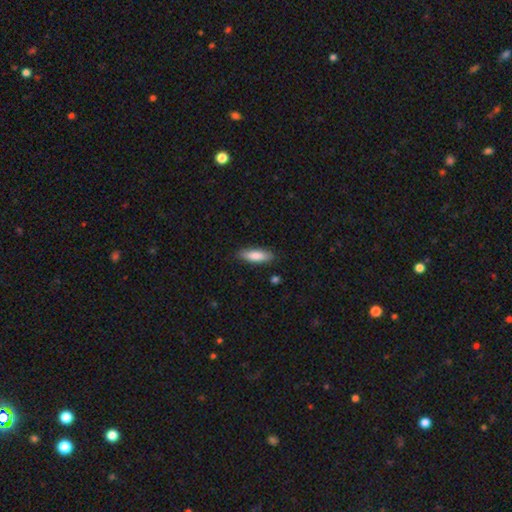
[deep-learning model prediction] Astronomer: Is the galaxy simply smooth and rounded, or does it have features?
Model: smooth — 83%.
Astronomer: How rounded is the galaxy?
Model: in between — 50% (runner-up: cigar-shaped, 48%).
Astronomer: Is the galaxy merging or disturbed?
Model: none — 85%.